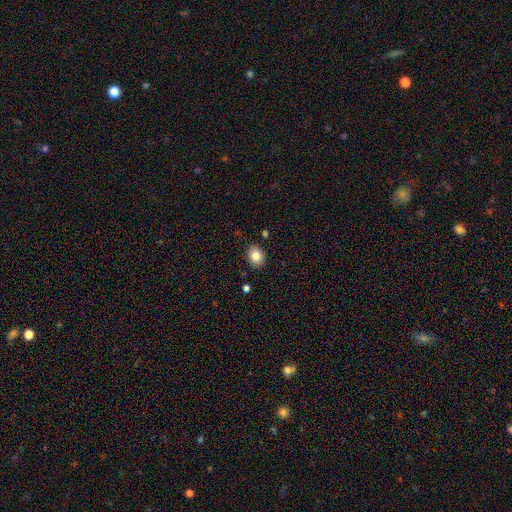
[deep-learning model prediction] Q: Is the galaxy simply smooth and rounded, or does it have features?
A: smooth — 84%.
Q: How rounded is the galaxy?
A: round — 53%.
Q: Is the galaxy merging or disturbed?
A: none — 88%.